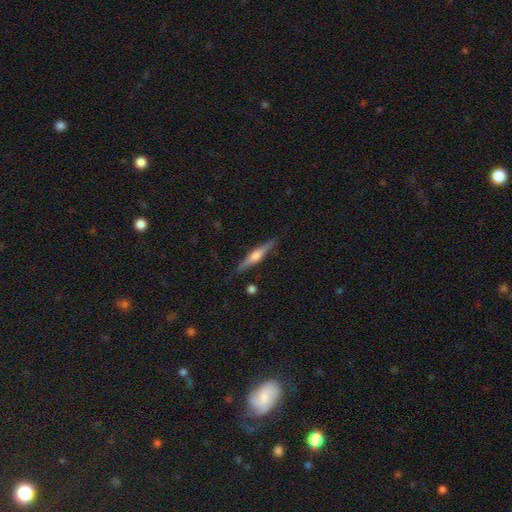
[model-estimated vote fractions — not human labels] The model was most divided on "smooth or featured": featured or disk: 63%, smooth: 30%, star or artifact: 6%. More confident: edge-on disk — yes (97%); merging — none (88%); edge-on bulge — rounded (83%).